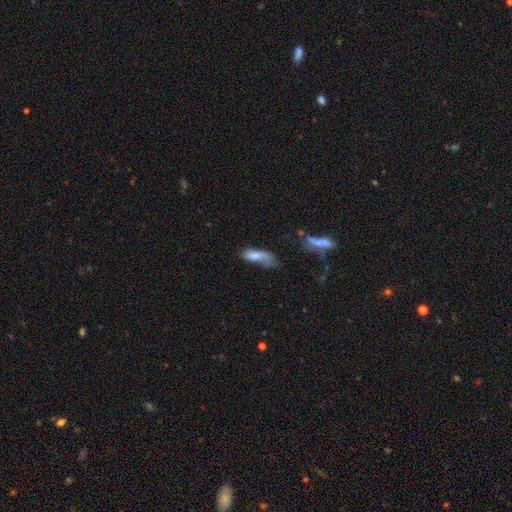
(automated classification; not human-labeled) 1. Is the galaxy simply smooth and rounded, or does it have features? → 74% smooth, 18% featured or disk, 9% star or artifact.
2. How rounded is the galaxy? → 66% in between, 31% cigar-shaped, 3% round.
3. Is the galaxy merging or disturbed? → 32% minor disturbance, 31% major disturbance, 29% none, 9% merger.